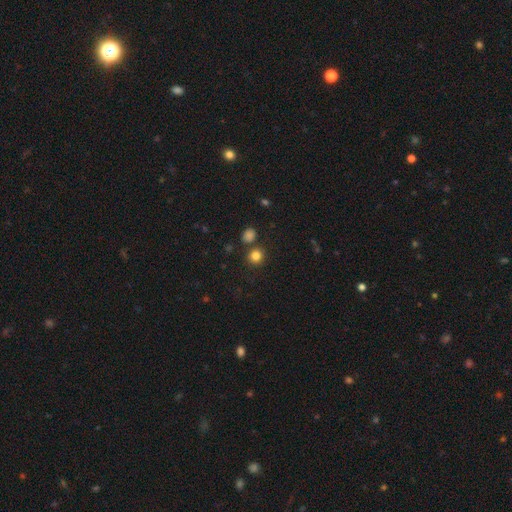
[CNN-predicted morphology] This appears to be a smooth galaxy with no disk features (82%) that is round (89%). Merging: none (80%).